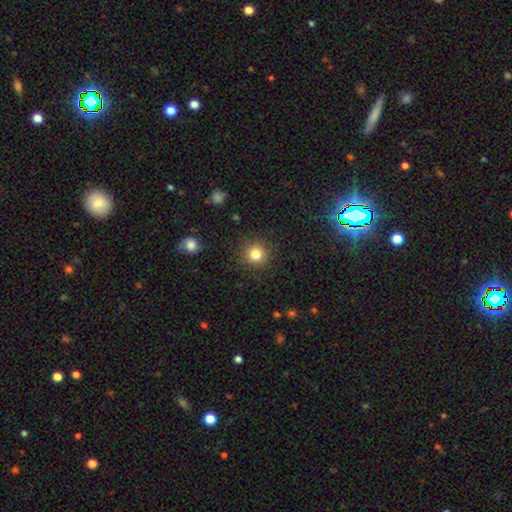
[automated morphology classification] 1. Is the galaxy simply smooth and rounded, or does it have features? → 82% smooth, 12% star or artifact, 6% featured or disk.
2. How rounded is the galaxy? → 93% round, 6% in between, 1% cigar-shaped.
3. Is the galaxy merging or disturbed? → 90% none, 7% minor disturbance, 3% major disturbance, 1% merger.